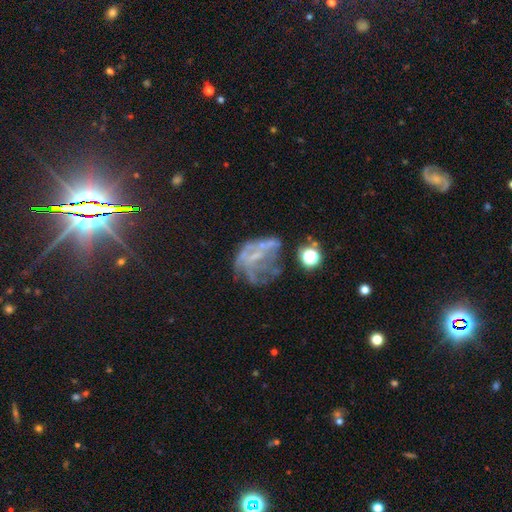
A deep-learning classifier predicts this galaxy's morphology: Smooth or featured?
  - featured or disk: 59% *
  - star or artifact: 24%
  - smooth: 17%
Edge-on disk?
  - no: 97% *
  - yes: 3%
Bar?
  - no: 66% *
  - weak: 24%
  - strong: 10%
Spiral arms?
  - no: 61% *
  - yes: 39%
Bulge size?
  - none: 52% *
  - small: 35%
  - moderate: 11%
  - large: 1%
  - dominant: 1%
Merging?
  - major disturbance: 38% *
  - none: 36%
  - minor disturbance: 19%
  - merger: 7%